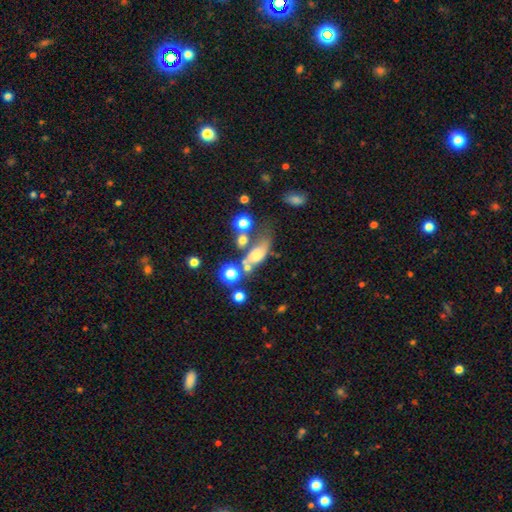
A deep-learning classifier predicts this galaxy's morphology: smooth-or-featured: smooth: 55% | featured or disk: 31% | star or artifact: 14%
  how-rounded: in between: 67% | cigar-shaped: 16% | round: 16%
  merging: none: 37% | merger: 25% | minor disturbance: 21% | major disturbance: 17%